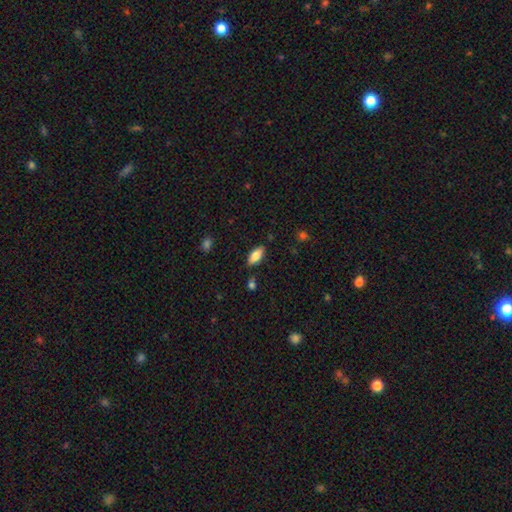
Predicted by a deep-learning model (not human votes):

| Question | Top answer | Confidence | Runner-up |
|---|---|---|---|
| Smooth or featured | smooth | 77% | featured or disk (16%) |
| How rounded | in between | 86% | cigar-shaped (12%) |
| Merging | none | 82% | minor disturbance (13%) |